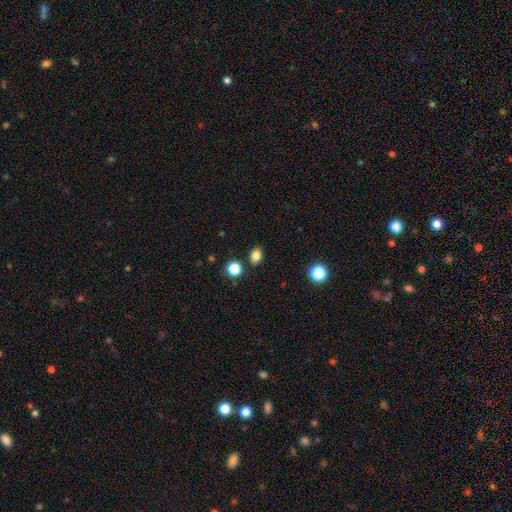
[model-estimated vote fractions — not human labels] smooth_or_featured: smooth (p=0.83) [alt: star or artifact p=0.12]
how_rounded: in between (p=0.67) [alt: round p=0.32]
merging: none (p=0.84) [alt: minor disturbance p=0.09]